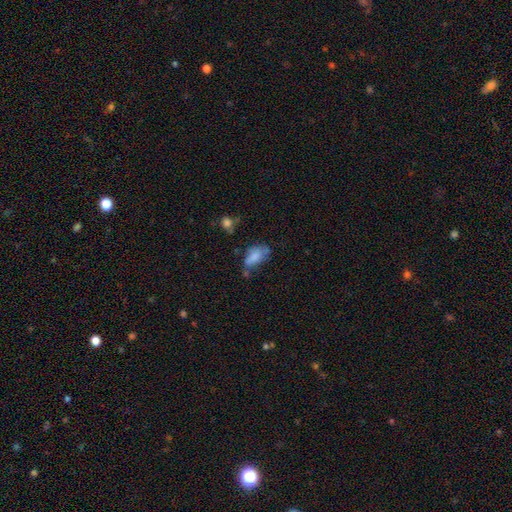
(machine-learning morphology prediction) smooth-or-featured: smooth: 72% | featured or disk: 18% | star or artifact: 10%
  how-rounded: in between: 88% | round: 6% | cigar-shaped: 6%
  merging: none: 37% | minor disturbance: 32% | major disturbance: 19% | merger: 13%